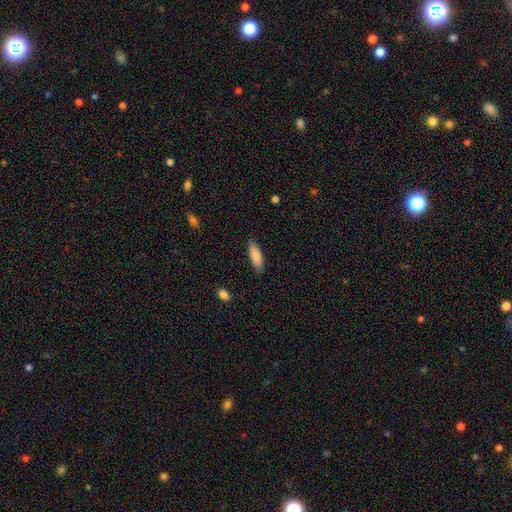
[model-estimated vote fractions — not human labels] The model was most divided on "how rounded": in between: 56%, cigar-shaped: 42%, round: 2%. More confident: merging — none (85%); smooth or featured — smooth (85%).